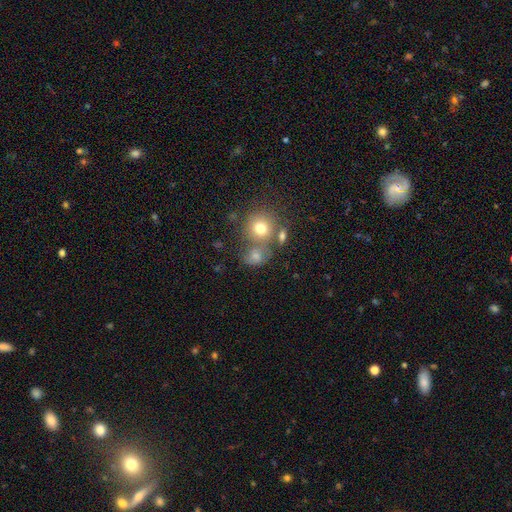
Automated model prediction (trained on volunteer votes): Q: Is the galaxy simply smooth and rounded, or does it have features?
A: smooth — 70%.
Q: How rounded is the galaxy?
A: round — 65%.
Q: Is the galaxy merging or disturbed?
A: none — 46%.